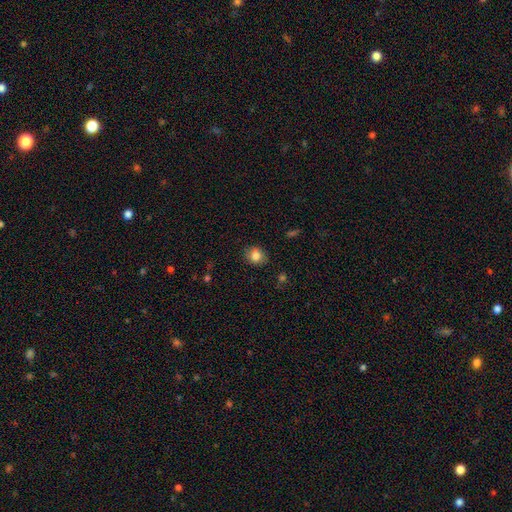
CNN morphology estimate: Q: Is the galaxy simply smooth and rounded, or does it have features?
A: smooth — 82%.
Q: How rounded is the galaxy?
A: round — 61%.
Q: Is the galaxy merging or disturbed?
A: none — 82%.